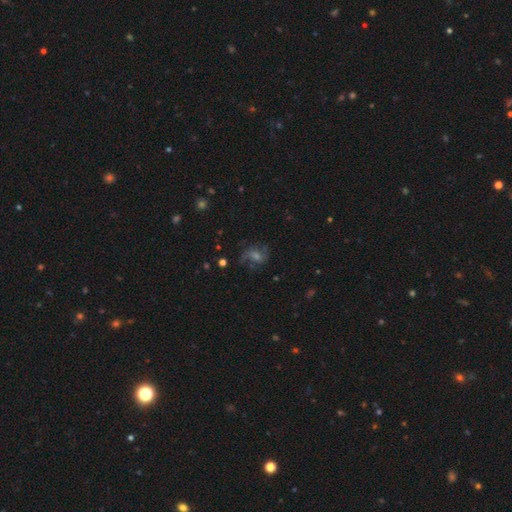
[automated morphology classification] Overall: featured or disk (60%; star or artifact 21%). Edge-on disk: no (96%). Bar: no (48%; weak 41%). Spiral arms: yes (89%). Spiral arm count: 2 (63%). Spiral winding: medium (44%; loose 42%). Bulge size: moderate (45%; small 36%). Merging: none (65%).